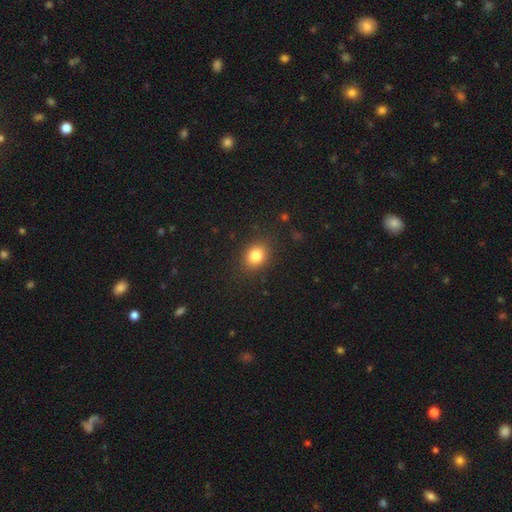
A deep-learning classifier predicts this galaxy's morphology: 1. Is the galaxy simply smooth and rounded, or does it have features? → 82% smooth, 11% star or artifact, 7% featured or disk.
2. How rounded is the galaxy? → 51% round, 48% in between, 1% cigar-shaped.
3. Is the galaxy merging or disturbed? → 86% none, 9% minor disturbance, 3% major disturbance, 1% merger.